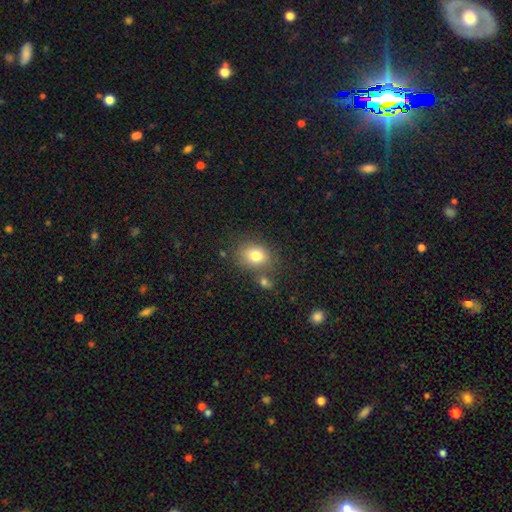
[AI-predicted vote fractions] Smooth or featured?
  - smooth: 78% *
  - featured or disk: 11%
  - star or artifact: 11%
How rounded?
  - in between: 53% *
  - round: 46%
  - cigar-shaped: 1%
Merging?
  - none: 66% *
  - merger: 15%
  - minor disturbance: 15%
  - major disturbance: 5%